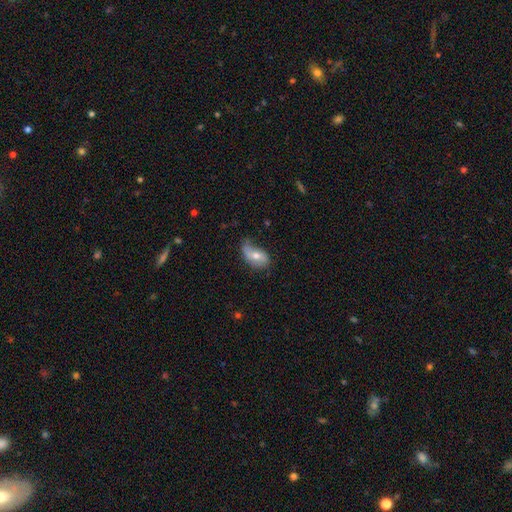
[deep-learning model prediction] Smooth or featured? Predicted: smooth (p=0.52). How rounded? Predicted: in between (p=0.89). Merging? Predicted: none (p=0.40).